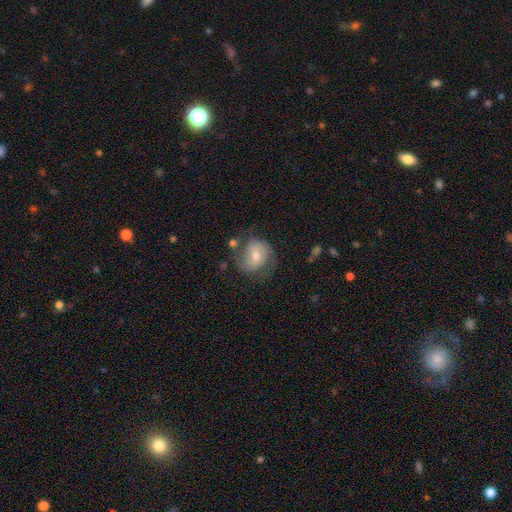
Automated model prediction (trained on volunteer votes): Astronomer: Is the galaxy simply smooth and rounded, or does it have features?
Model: featured or disk — 63%.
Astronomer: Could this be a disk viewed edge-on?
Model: no — 97%.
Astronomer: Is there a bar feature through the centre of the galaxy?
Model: no — 49% (runner-up: weak, 40%).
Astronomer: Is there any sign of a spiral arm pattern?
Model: yes — 87%.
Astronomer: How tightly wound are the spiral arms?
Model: medium — 47% (runner-up: tight, 29%).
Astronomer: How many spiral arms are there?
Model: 2 — 79%.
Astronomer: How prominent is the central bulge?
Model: moderate — 53% (runner-up: small, 40%).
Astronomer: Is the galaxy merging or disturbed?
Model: none — 58%.